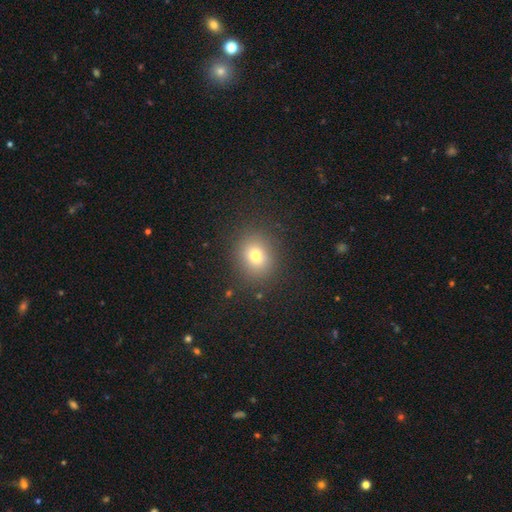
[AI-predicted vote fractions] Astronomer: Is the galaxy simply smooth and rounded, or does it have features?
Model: smooth — 72%.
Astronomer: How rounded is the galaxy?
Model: round — 74%.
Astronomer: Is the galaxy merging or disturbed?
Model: none — 87%.